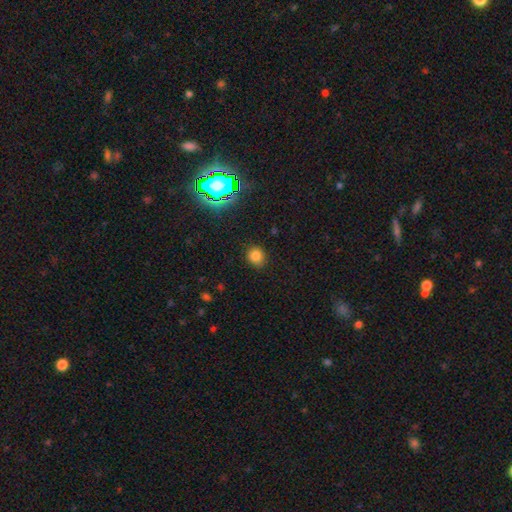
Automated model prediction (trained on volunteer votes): Morphology: type=smooth (78%); roundness=round (82%); merging=none (88%).